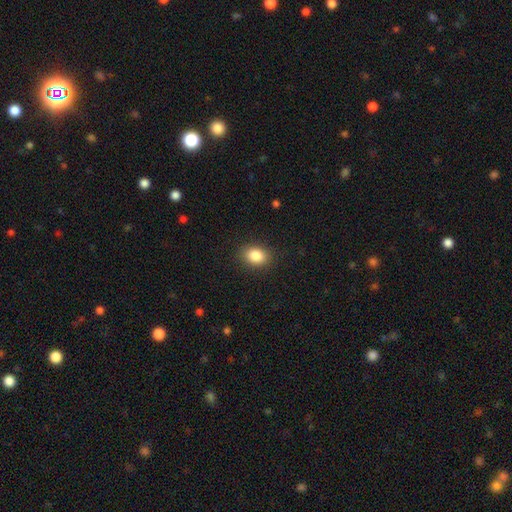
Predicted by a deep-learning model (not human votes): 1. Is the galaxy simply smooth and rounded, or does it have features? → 86% smooth, 9% star or artifact, 5% featured or disk.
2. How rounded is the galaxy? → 68% in between, 31% round, 1% cigar-shaped.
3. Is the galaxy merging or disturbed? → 88% none, 9% minor disturbance, 3% major disturbance, 1% merger.